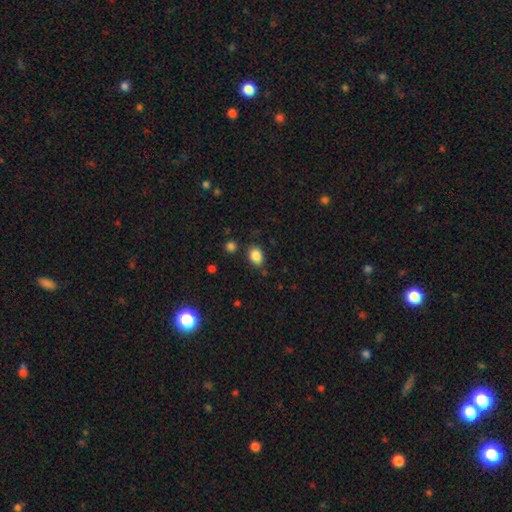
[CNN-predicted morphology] This appears to be a smooth galaxy with no disk features (86%) that is in between round and cigar-shaped (70%). Merging: none (78%).